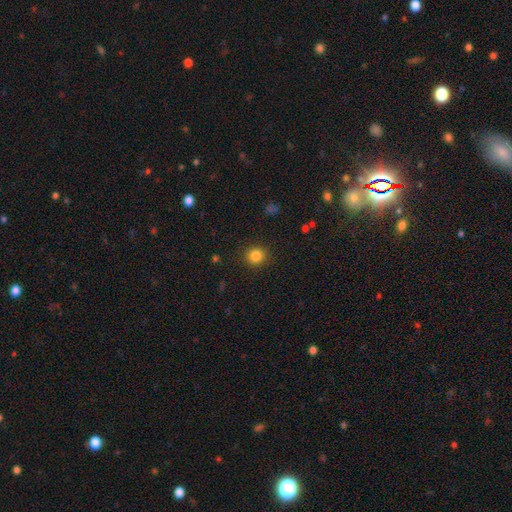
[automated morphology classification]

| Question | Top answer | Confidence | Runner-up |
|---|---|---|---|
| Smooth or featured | smooth | 84% | star or artifact (12%) |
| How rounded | round | 91% | in between (8%) |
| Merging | none | 90% | minor disturbance (6%) |